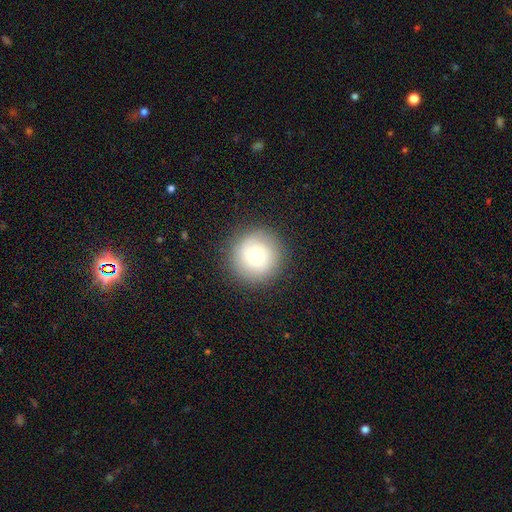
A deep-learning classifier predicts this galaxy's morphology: smooth-or-featured: smooth: 70% | featured or disk: 18% | star or artifact: 13%
  how-rounded: round: 96% | in between: 3% | cigar-shaped: 1%
  merging: none: 88% | minor disturbance: 7% | major disturbance: 3% | merger: 1%